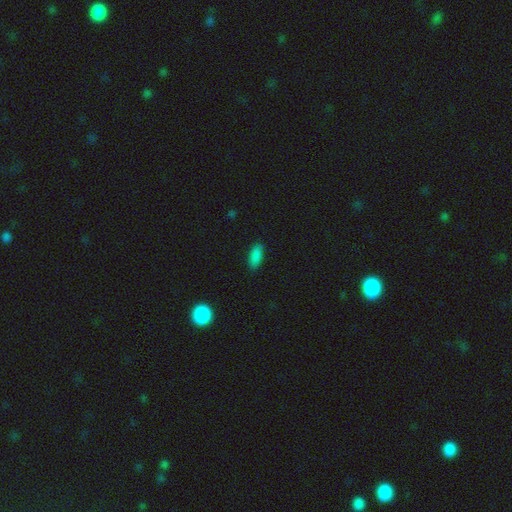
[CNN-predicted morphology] A smooth galaxy with no disk features (87%) that is in between round and cigar-shaped (79%). Merging: none (86%).